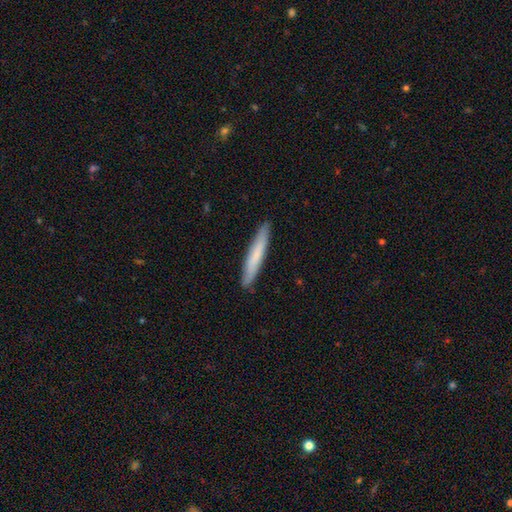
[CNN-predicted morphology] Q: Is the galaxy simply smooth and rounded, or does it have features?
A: smooth — 70%.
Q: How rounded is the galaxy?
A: cigar-shaped — 94%.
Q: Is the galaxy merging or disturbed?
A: none — 90%.